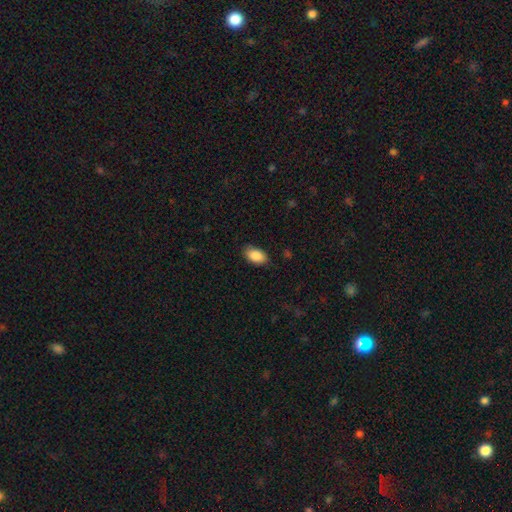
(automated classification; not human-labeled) Morphology: type=smooth (89%); roundness=in between (93%); merging=none (84%).